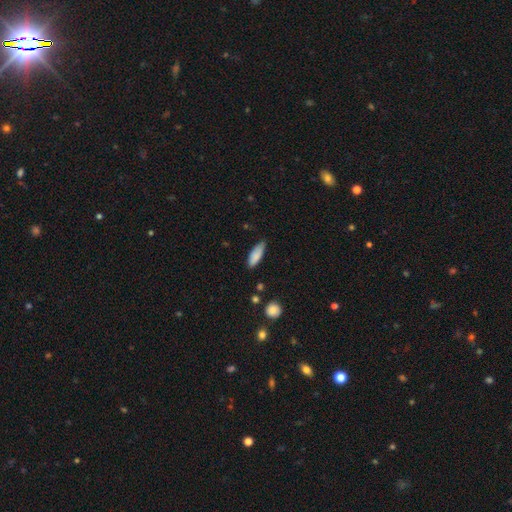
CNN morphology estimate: Overall: smooth (85%). How rounded: in between (64%; cigar-shaped 34%). Merging: none (70%).